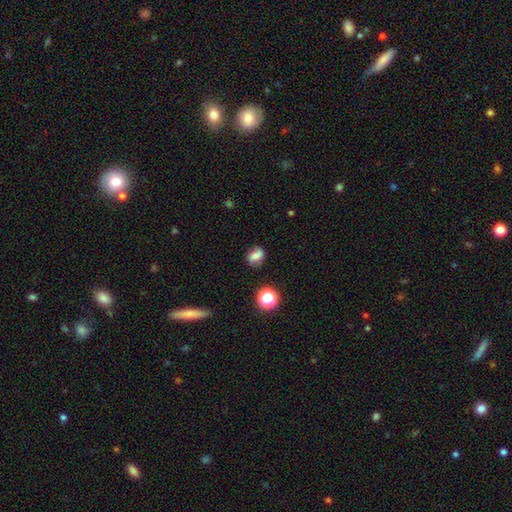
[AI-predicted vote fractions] A smooth galaxy with no disk features (62%) that is in between round and cigar-shaped (50%). Merging: none (76%).